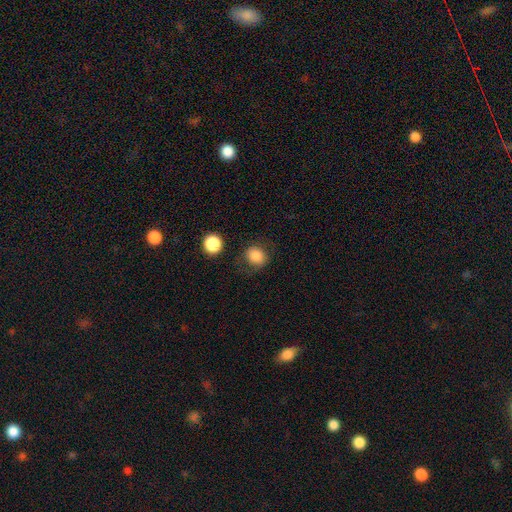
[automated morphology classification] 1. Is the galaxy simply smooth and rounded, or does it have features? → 84% smooth, 10% star or artifact, 6% featured or disk.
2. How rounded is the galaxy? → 75% round, 24% in between, 1% cigar-shaped.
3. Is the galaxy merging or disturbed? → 71% none, 17% minor disturbance, 8% major disturbance, 4% merger.